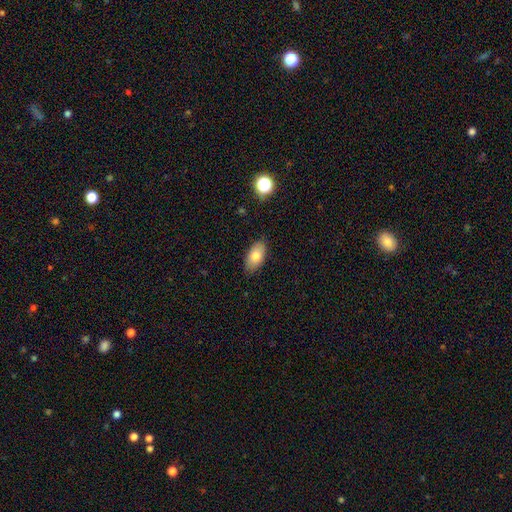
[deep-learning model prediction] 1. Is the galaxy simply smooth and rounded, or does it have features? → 77% smooth, 15% featured or disk, 8% star or artifact.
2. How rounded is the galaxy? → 92% in between, 4% round, 4% cigar-shaped.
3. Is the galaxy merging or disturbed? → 85% none, 11% minor disturbance, 2% major disturbance, 1% merger.